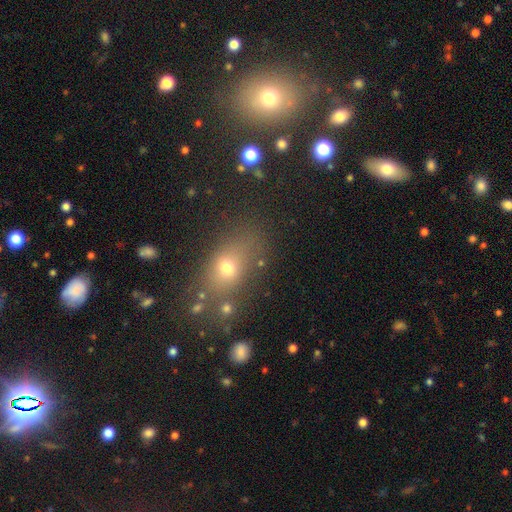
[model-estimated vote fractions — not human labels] Morphology: type=smooth (64%); roundness=in between (62%); merging=none (72%).